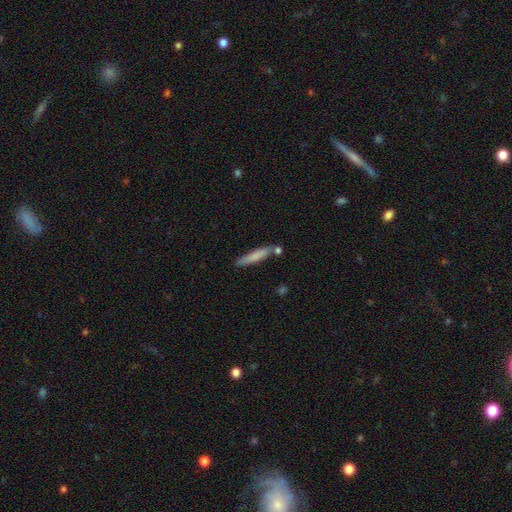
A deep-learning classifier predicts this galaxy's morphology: Overall: smooth (75%). How rounded: cigar-shaped (92%). Merging: none (74%).